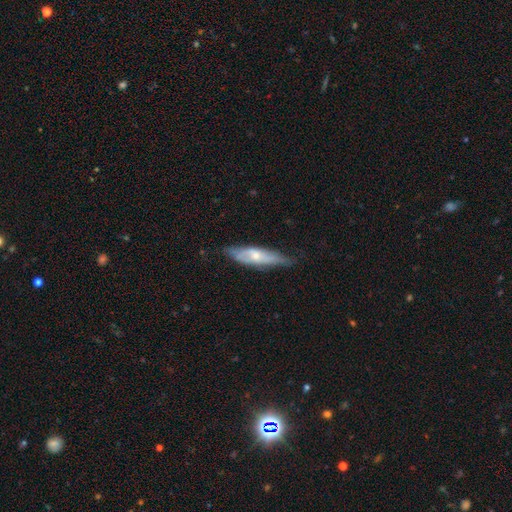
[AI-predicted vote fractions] Morphology: type=featured or disk (53%); edge-on=yes (52%); merging=none (65%).